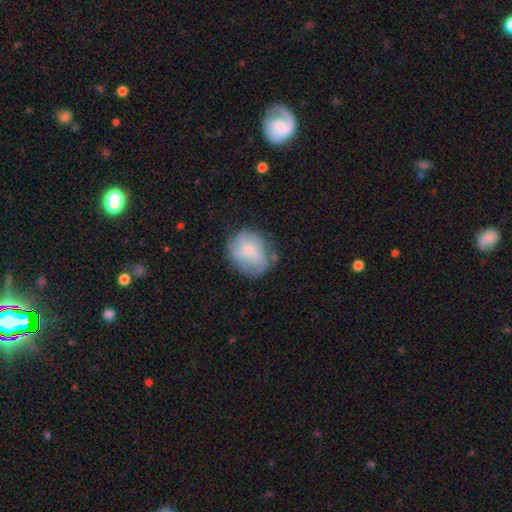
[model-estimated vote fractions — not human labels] This is possibly a featured or disk galaxy (47%). Merging: possibly none (57%).